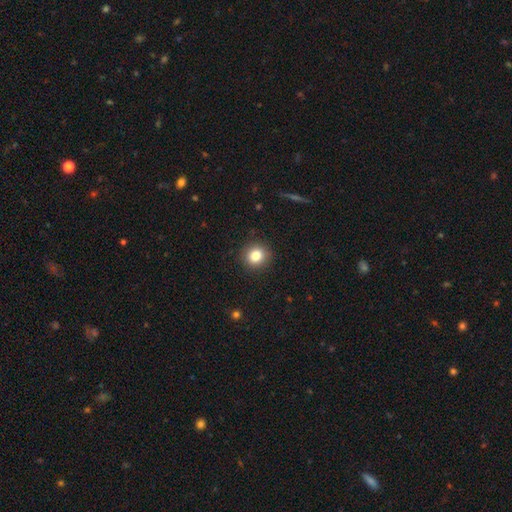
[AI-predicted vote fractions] A smooth galaxy with no disk features (84%) that is round (87%).

Vote fractions:
- Smooth or featured? smooth: 84% / star or artifact: 10% / featured or disk: 6%
- How rounded? round: 87% / in between: 12% / cigar-shaped: 1%
- Merging? none: 90% / minor disturbance: 7% / major disturbance: 2% / merger: 1%